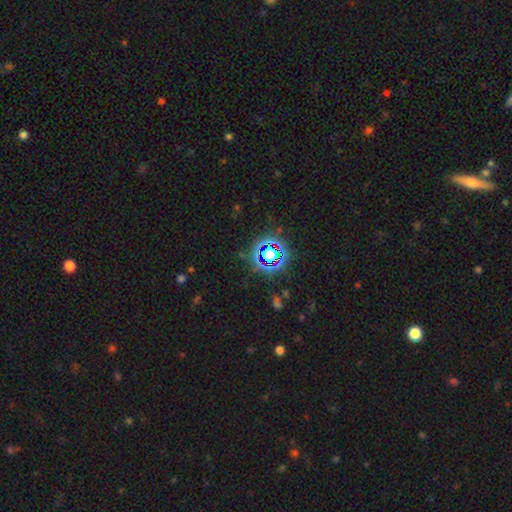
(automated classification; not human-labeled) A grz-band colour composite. It shows a star or artifact, not a galaxy (79%).